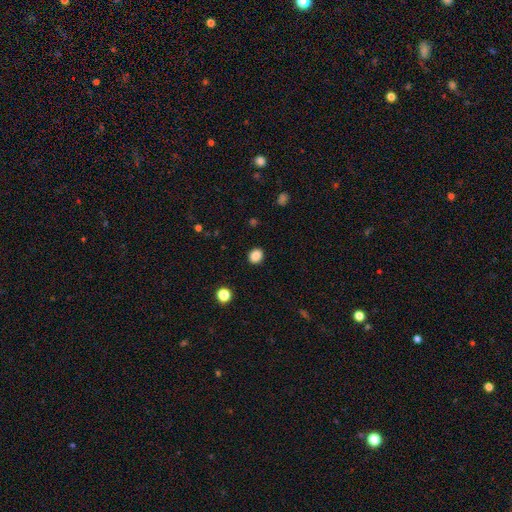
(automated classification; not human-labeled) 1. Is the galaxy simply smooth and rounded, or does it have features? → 86% smooth, 10% star or artifact, 4% featured or disk.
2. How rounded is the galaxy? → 64% round, 35% in between, 1% cigar-shaped.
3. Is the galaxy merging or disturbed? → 91% none, 6% minor disturbance, 2% major disturbance, 1% merger.